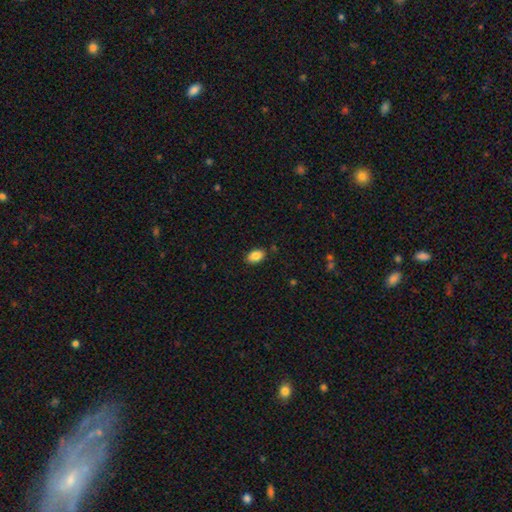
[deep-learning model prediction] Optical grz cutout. It shows a smooth galaxy with no disk features (86%) that is in between round and cigar-shaped (88%). Merging: none (86%).